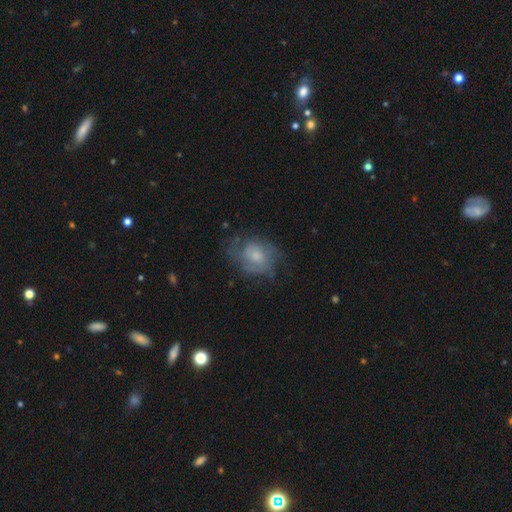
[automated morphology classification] featured or disk 52%, smooth 39%, star or artifact 9%. Down the decision tree: edge-on disk — no (97%); bar — no (76%); spiral arms — yes (67%); bulge size — moderate (45%); merging — none (54%).